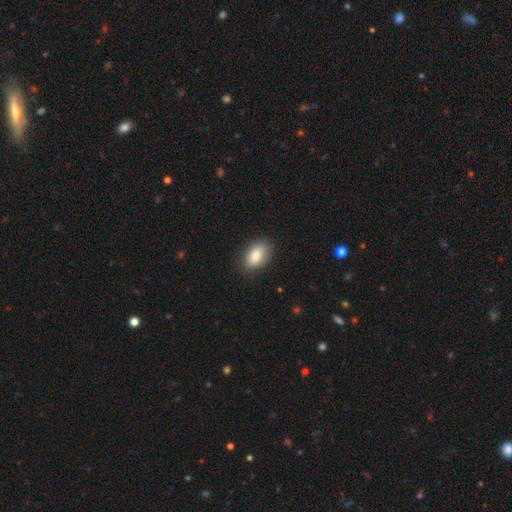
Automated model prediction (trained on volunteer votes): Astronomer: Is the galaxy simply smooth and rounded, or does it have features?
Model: smooth — 82%.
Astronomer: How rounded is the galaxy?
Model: in between — 90%.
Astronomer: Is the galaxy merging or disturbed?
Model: none — 83%.